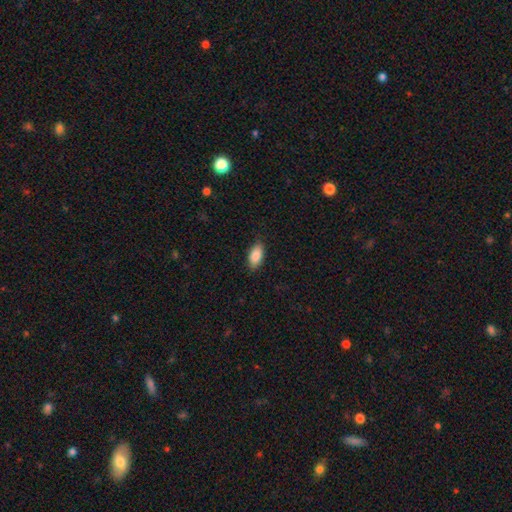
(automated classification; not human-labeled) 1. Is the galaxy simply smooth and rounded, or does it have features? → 89% smooth, 6% star or artifact, 5% featured or disk.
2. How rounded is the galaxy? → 91% in between, 7% cigar-shaped, 2% round.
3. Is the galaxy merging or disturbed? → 85% none, 12% minor disturbance, 3% major disturbance, 1% merger.